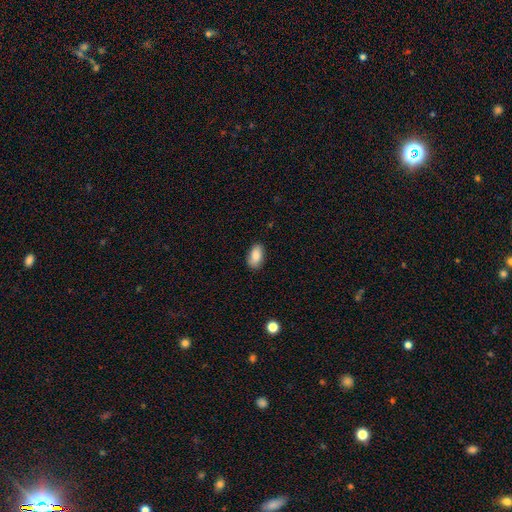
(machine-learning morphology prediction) This is clearly a smooth galaxy (86%). How rounded: clearly in between (93%). Merging: clearly none (84%).